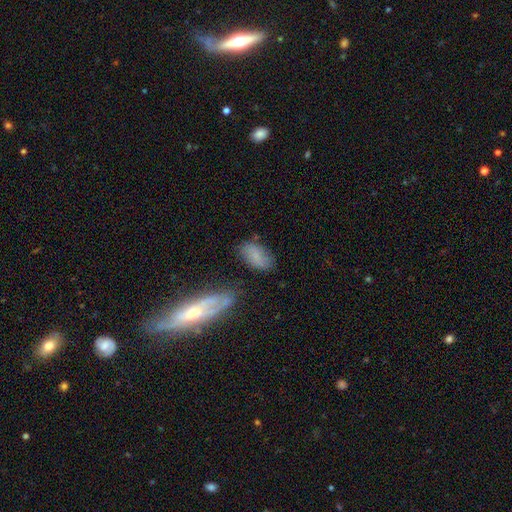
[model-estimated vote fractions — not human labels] The model was most divided on "merging": none: 66%, minor disturbance: 21%, major disturbance: 7%, merger: 6%. More confident: how rounded — in between (92%); smooth or featured — smooth (70%).